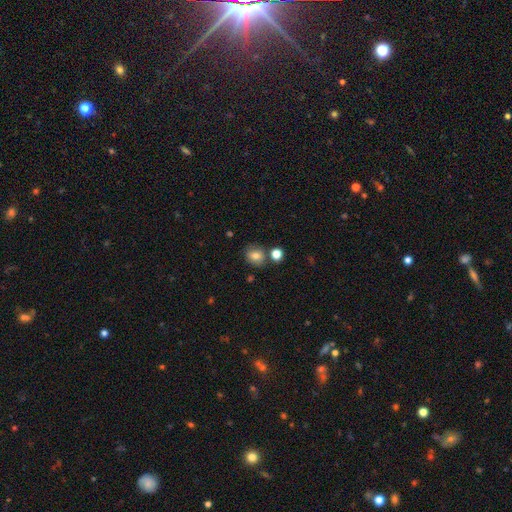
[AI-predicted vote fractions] This appears to be a smooth galaxy with no disk features (77%) that is round (73%). Merging: none (76%).